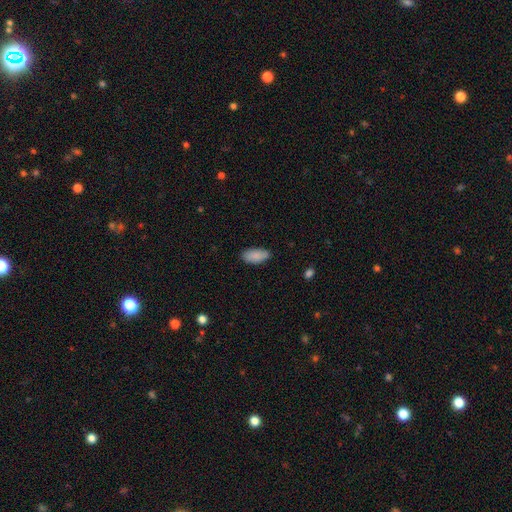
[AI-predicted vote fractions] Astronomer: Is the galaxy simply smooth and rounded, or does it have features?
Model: smooth — 88%.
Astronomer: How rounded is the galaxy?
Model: in between — 92%.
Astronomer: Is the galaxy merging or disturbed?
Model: none — 81%.